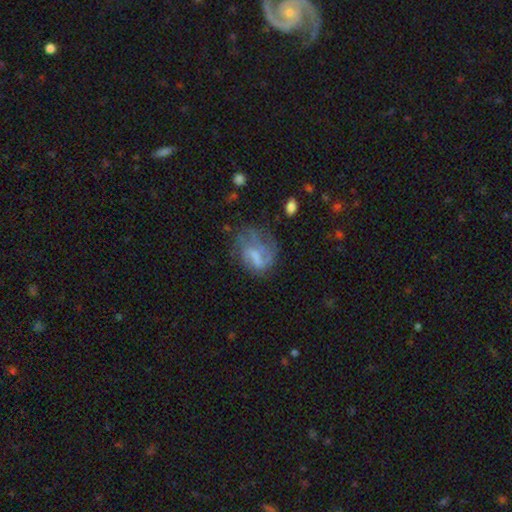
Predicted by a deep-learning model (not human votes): Overall: featured or disk (51%; smooth 38%). Edge-on disk: no (97%). Merging: none (38%; major disturbance 35%).